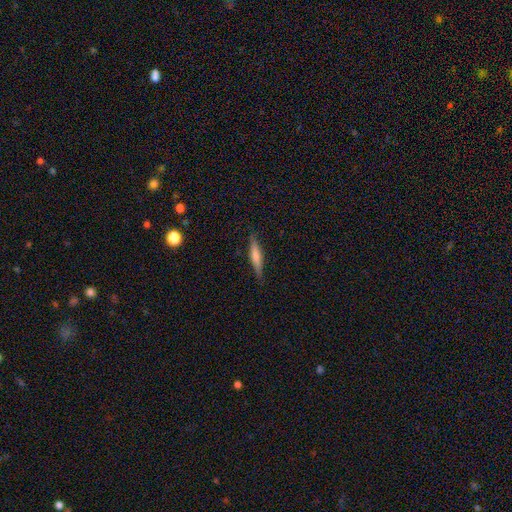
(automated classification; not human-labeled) Smooth or featured?
  - smooth: 54% *
  - featured or disk: 39%
  - star or artifact: 6%
How rounded?
  - cigar-shaped: 89% *
  - in between: 10%
  - round: 2%
Merging?
  - none: 87% *
  - minor disturbance: 10%
  - major disturbance: 2%
  - merger: 1%